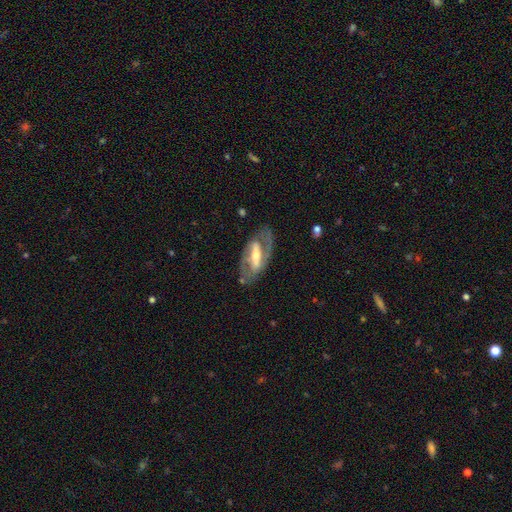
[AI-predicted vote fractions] featured or disk 83%, smooth 12%, star or artifact 5%. Down the decision tree: edge-on disk — no (91%); bar — strong (70%); spiral arms — yes (83%); spiral arm count — 2 (85%); spiral winding — medium (49%); bulge size — moderate (54%); merging — none (74%).